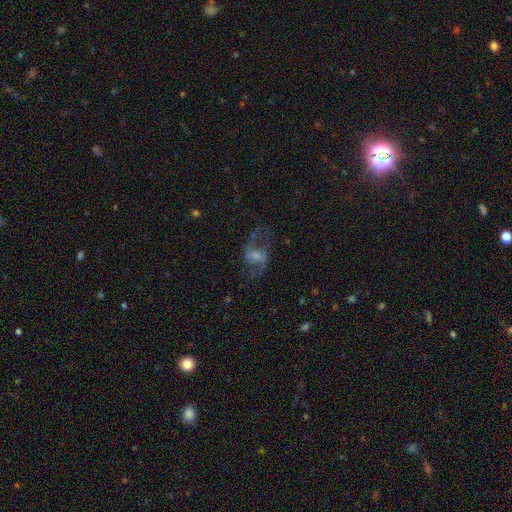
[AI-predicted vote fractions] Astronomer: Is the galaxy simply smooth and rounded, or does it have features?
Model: featured or disk — 68%.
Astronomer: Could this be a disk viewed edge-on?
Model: no — 95%.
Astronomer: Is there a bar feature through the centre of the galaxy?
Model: weak — 48% (runner-up: no, 33%).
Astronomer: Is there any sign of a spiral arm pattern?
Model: yes — 85%.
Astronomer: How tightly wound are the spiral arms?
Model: loose — 58% (runner-up: medium, 35%).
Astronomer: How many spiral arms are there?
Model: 2 — 86%.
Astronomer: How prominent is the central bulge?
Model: small — 40% (runner-up: moderate, 34%).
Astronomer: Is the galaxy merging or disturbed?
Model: none — 63%.